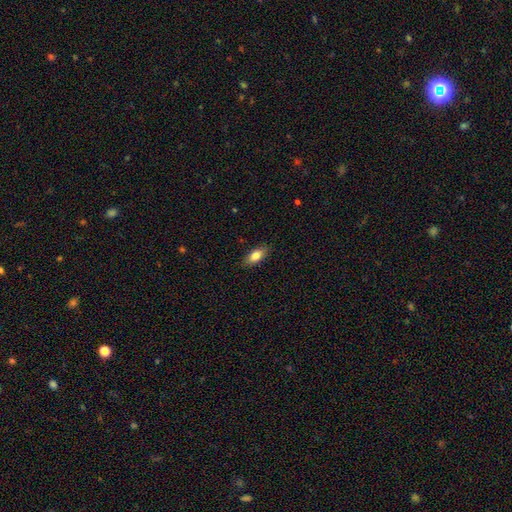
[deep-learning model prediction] This appears to be a smooth galaxy with no disk features (80%) that is in between round and cigar-shaped (86%). Merging: none (85%).